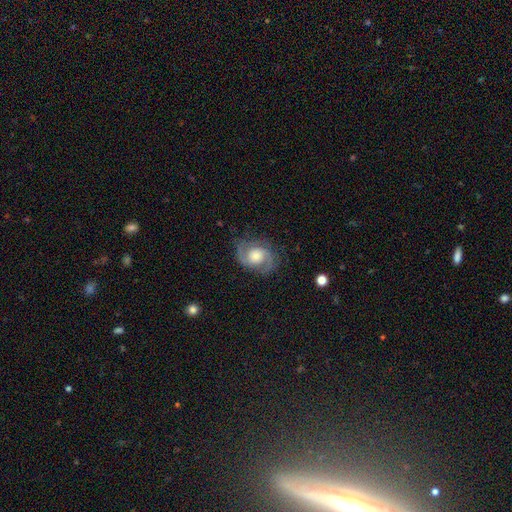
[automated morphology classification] featured or disk 85%, smooth 9%, star or artifact 6%. Down the decision tree: edge-on disk — no (98%); bar — no (63%); spiral arms — yes (97%); spiral arm count — 2 (90%); spiral winding — medium (51%); bulge size — moderate (51%); merging — none (78%).